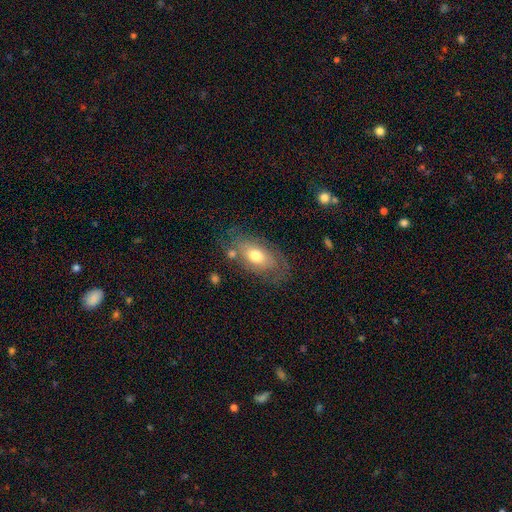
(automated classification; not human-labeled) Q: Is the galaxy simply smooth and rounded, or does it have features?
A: smooth — 55%.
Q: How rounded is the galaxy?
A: in between — 89%.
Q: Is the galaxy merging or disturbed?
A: none — 65%.